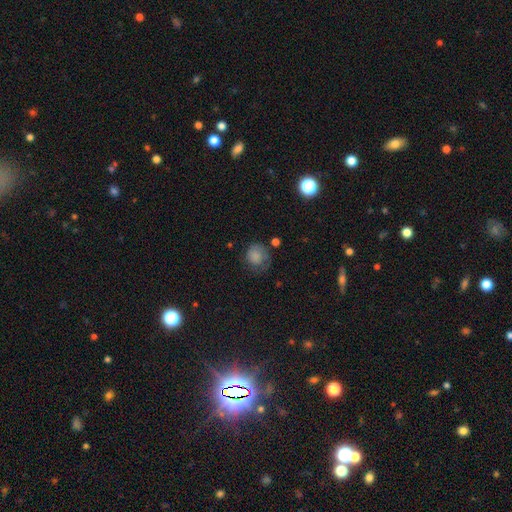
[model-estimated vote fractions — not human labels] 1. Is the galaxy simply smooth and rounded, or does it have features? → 76% smooth, 14% featured or disk, 10% star or artifact.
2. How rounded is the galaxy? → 80% round, 19% in between, 1% cigar-shaped.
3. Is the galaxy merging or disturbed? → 51% none, 28% minor disturbance, 18% major disturbance, 3% merger.